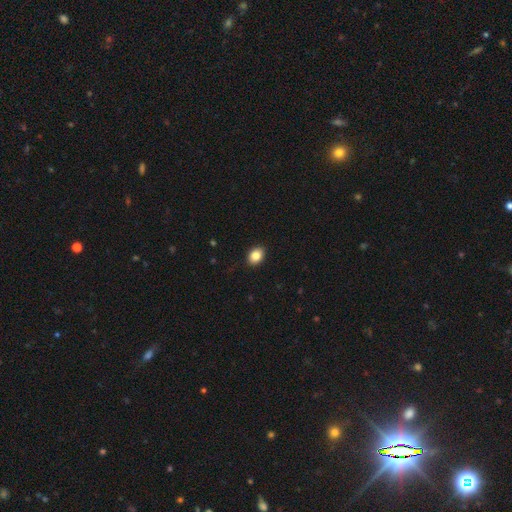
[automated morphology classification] smooth_or_featured: smooth (p=0.85) [alt: star or artifact p=0.09]
how_rounded: in between (p=0.66) [alt: round p=0.33]
merging: none (p=0.90) [alt: minor disturbance p=0.07]